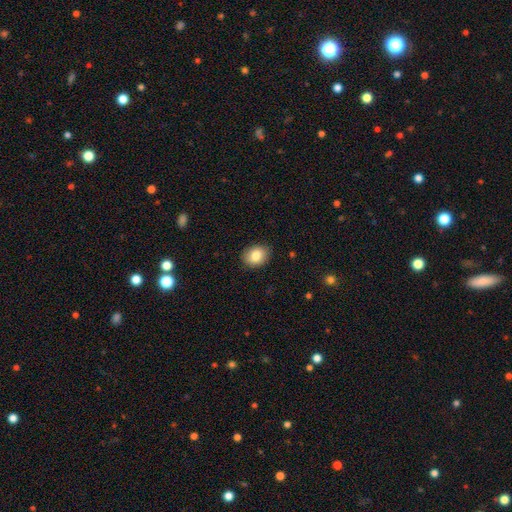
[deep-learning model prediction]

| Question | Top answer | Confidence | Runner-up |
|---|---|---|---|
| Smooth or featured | smooth | 83% | star or artifact (8%) |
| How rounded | in between | 55% | round (44%) |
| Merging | none | 88% | minor disturbance (9%) |